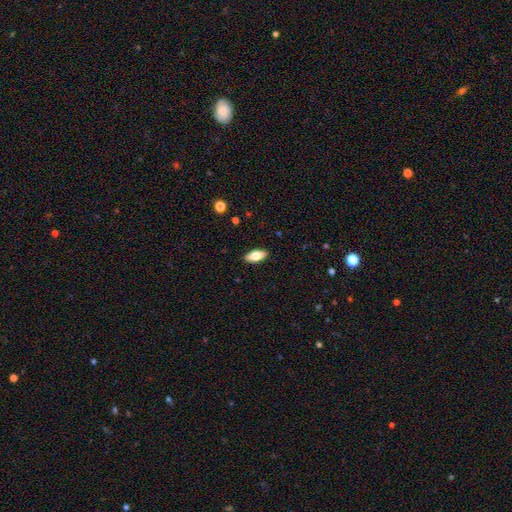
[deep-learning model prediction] A smooth galaxy with no disk features (75%) that is in between round and cigar-shaped (85%).

Vote fractions:
- Smooth or featured? smooth: 75% / featured or disk: 19% / star or artifact: 6%
- How rounded? in between: 85% / cigar-shaped: 13% / round: 3%
- Merging? none: 89% / minor disturbance: 8% / major disturbance: 2% / merger: 1%